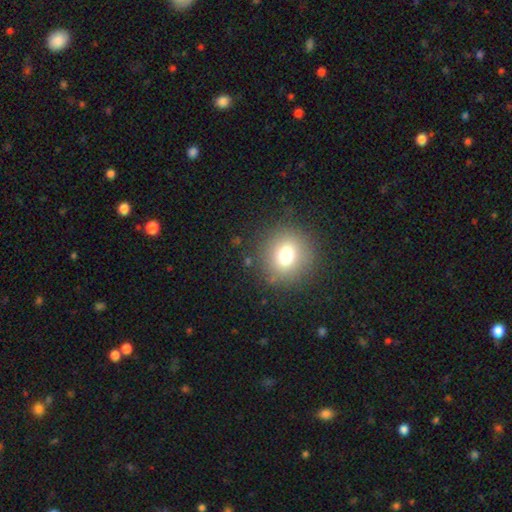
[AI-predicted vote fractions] A smooth galaxy with no disk features (72%) that is round (85%). Merging: none (90%).